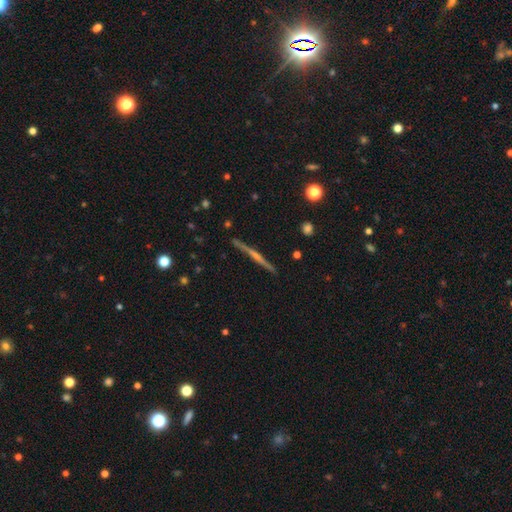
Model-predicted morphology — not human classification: featured or disk 75%, smooth 18%, star or artifact 6%. Down the decision tree: edge-on disk — yes (98%); edge-on bulge — rounded (56%); merging — none (92%).